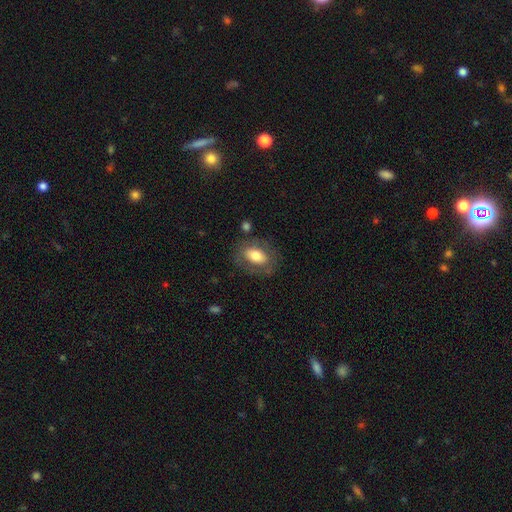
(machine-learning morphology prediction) A smooth galaxy with no disk features (65%) that is in between round and cigar-shaped (82%).

Vote fractions:
- Smooth or featured? smooth: 65% / featured or disk: 28% / star or artifact: 7%
- How rounded? in between: 82% / round: 16% / cigar-shaped: 2%
- Merging? none: 76% / minor disturbance: 14% / major disturbance: 7% / merger: 3%